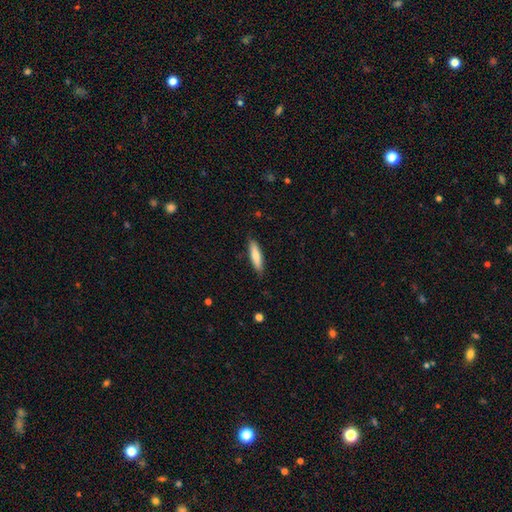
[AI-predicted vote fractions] This appears to be a smooth galaxy with no disk features (72%) that is cigar-shaped (75%). Merging: none (85%).